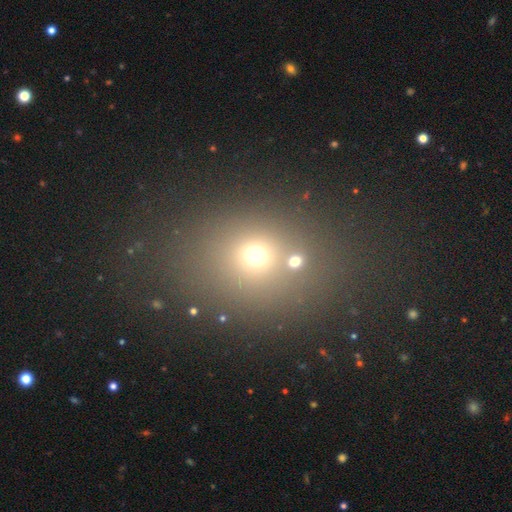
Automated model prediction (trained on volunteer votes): A smooth galaxy with no disk features (62%) that is round (59%). Merging: none (70%).